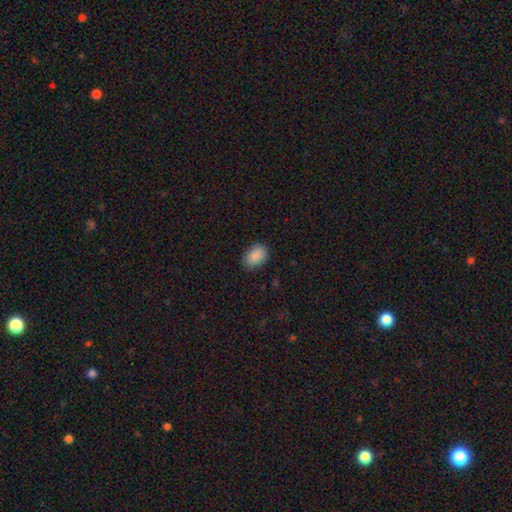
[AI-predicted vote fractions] A smooth galaxy with no disk features (89%) that is in between round and cigar-shaped (81%).

Vote fractions:
- Smooth or featured? smooth: 89% / star or artifact: 8% / featured or disk: 3%
- How rounded? in between: 81% / round: 18% / cigar-shaped: 1%
- Merging? none: 86% / minor disturbance: 11% / major disturbance: 3% / merger: 1%